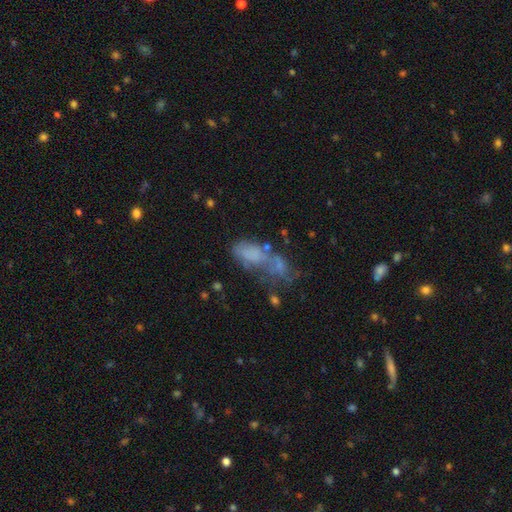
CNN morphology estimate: A smooth galaxy with no disk features (49%). Merging: merger (31%).